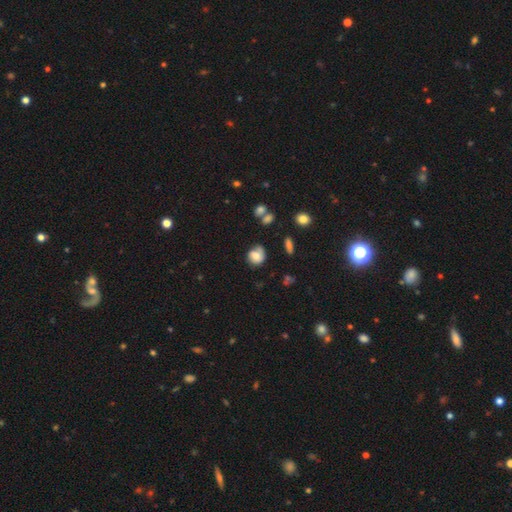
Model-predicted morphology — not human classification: smooth 66%, featured or disk 24%, star or artifact 10%. Down the decision tree: how rounded — round (71%); merging — none (58%).